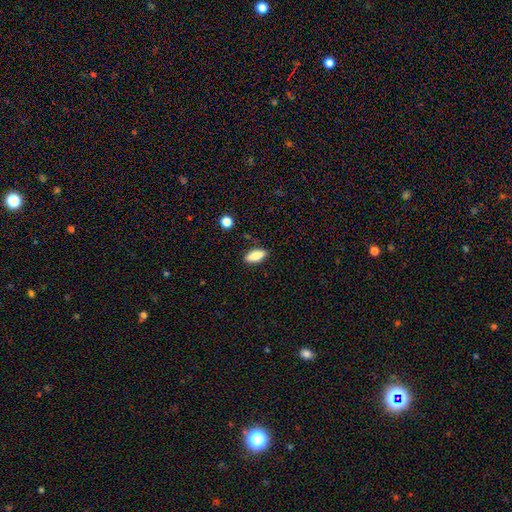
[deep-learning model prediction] Morphology: type=smooth (80%); roundness=in between (73%); merging=none (86%).